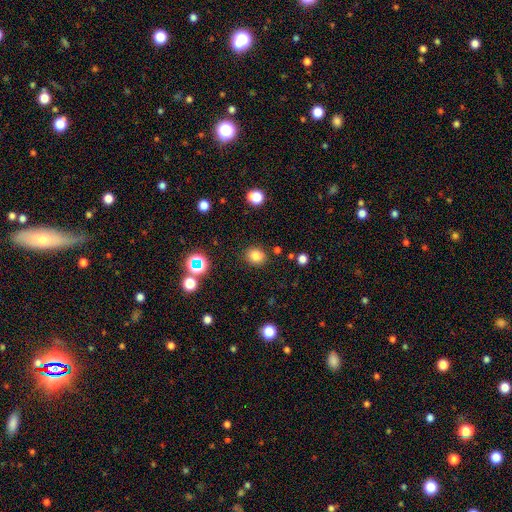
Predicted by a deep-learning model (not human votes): A smooth galaxy with no disk features (80%) that is round (71%).

Vote fractions:
- Smooth or featured? smooth: 80% / star or artifact: 14% / featured or disk: 6%
- How rounded? round: 71% / in between: 28% / cigar-shaped: 1%
- Merging? none: 86% / minor disturbance: 8% / major disturbance: 3% / merger: 2%